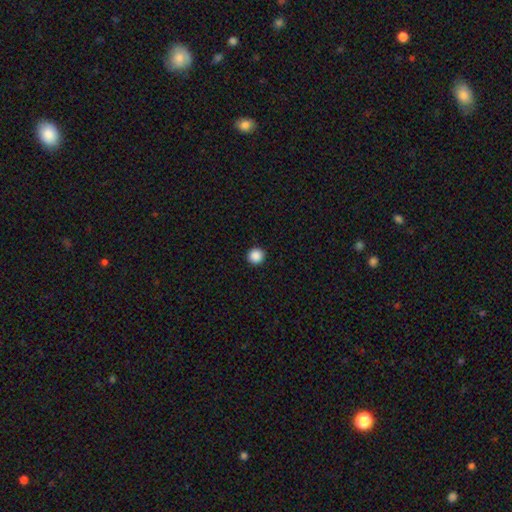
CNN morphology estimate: This is clearly a smooth galaxy (88%). How rounded: clearly round (94%). Merging: clearly none (93%).